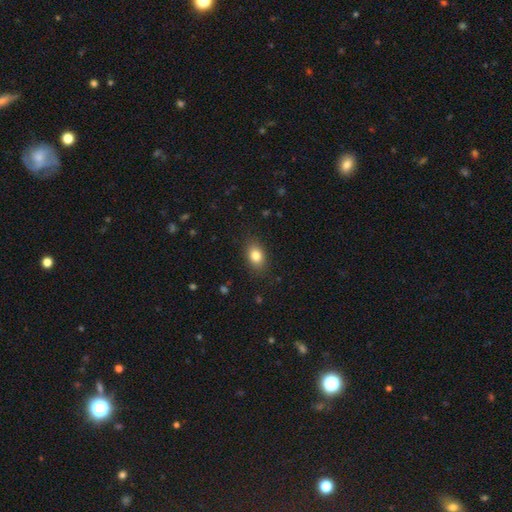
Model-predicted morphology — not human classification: Smooth or featured: smooth — 82% (star or artifact — 9%)
How rounded: in between — 74% (round — 24%)
Merging: none — 85% (minor disturbance — 11%)